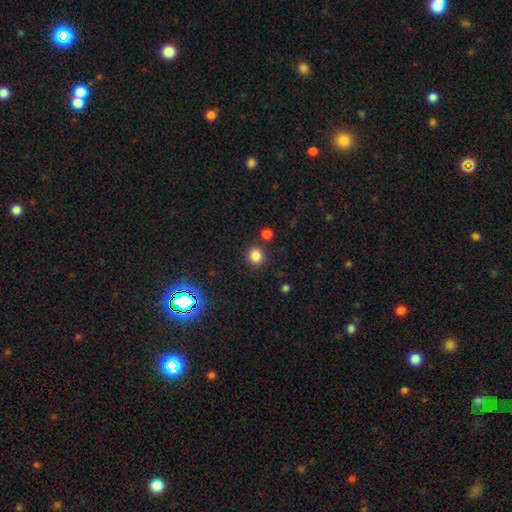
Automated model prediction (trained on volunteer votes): Overall: smooth (82%). How rounded: round (93%). Merging: none (84%).